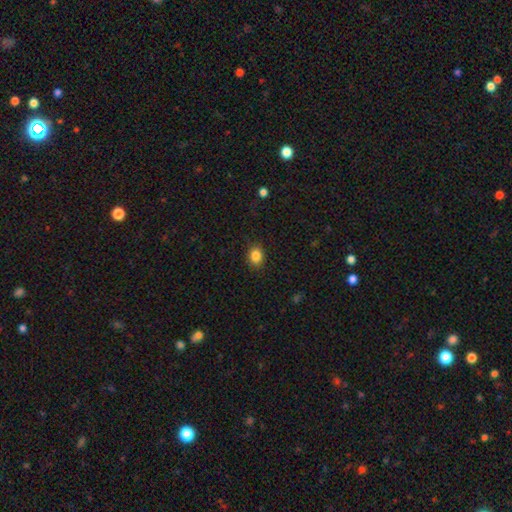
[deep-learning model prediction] Morphology: type=smooth (86%); roundness=round (52%); merging=none (88%).